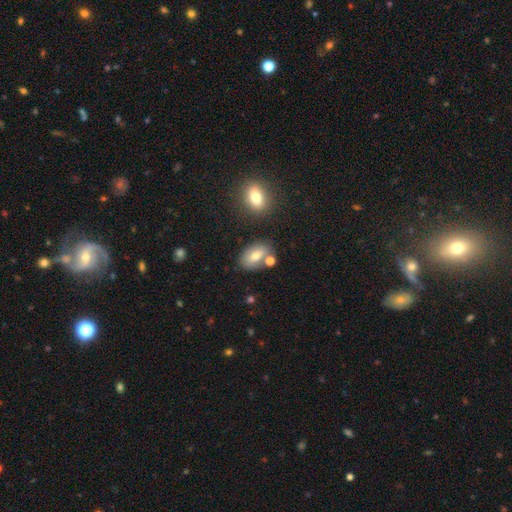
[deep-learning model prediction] Morphology: type=smooth (71%); roundness=in between (86%); merging=none (66%).